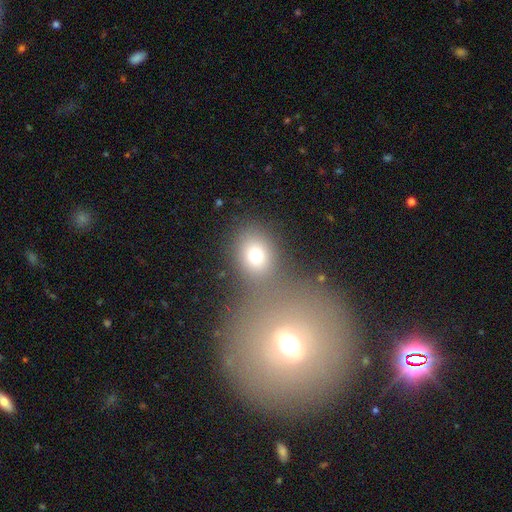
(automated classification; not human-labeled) smooth-or-featured: smooth: 74% | star or artifact: 15% | featured or disk: 12%
  how-rounded: in between: 54% | round: 44% | cigar-shaped: 2%
  merging: none: 66% | merger: 18% | minor disturbance: 11% | major disturbance: 5%